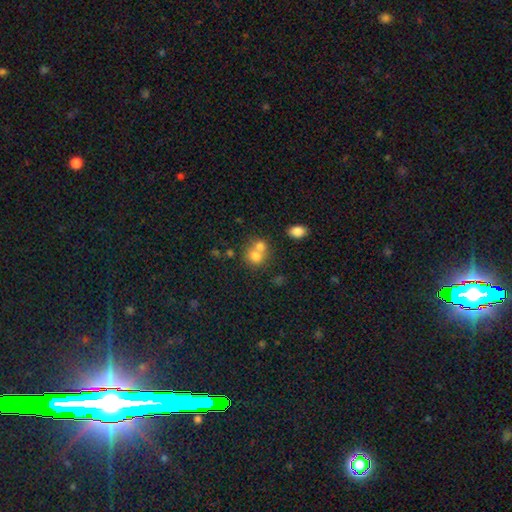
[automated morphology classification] type=smooth (73%); roundness=round (75%); merging=merger (58%).